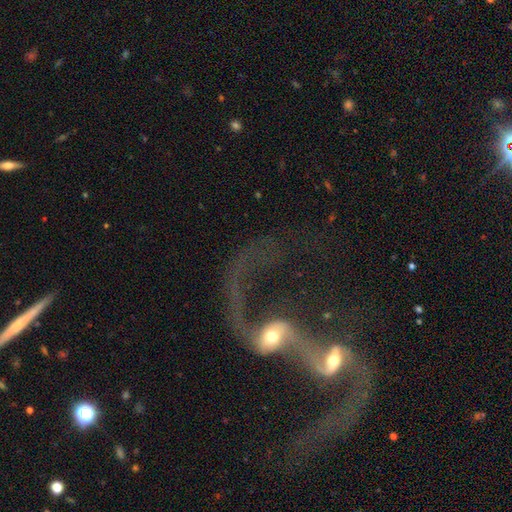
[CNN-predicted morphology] Overall: featured or disk (83%). Edge-on disk: no (95%). Bar: no (48%; weak 33%). Spiral arms: yes (85%). Spiral arm count: 2 (76%). Spiral winding: loose (84%). Bulge size: moderate (50%; small 33%). Merging: merger (67%).